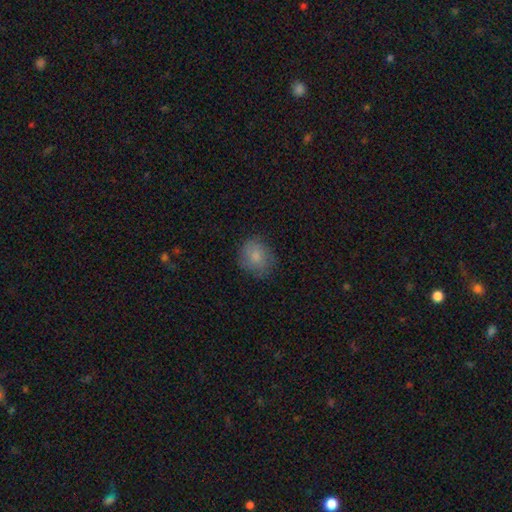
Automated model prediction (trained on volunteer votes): smooth_or_featured: smooth (p=0.78) [alt: featured or disk p=0.14]
how_rounded: round (p=0.71) [alt: in between p=0.28]
merging: none (p=0.77) [alt: minor disturbance p=0.17]